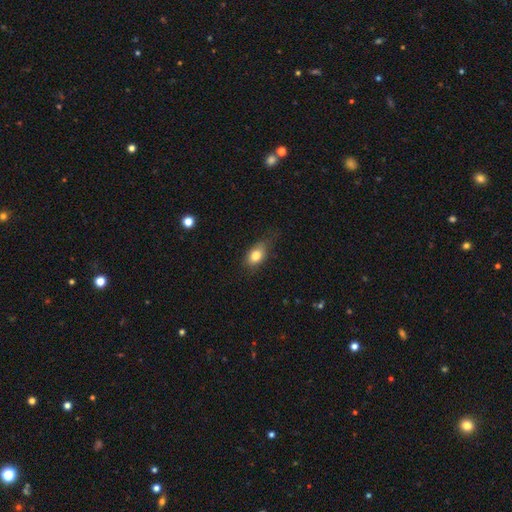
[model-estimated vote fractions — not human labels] smooth-or-featured: smooth: 80% | featured or disk: 11% | star or artifact: 9%
  how-rounded: in between: 80% | round: 17% | cigar-shaped: 4%
  merging: none: 60% | minor disturbance: 29% | major disturbance: 9% | merger: 2%